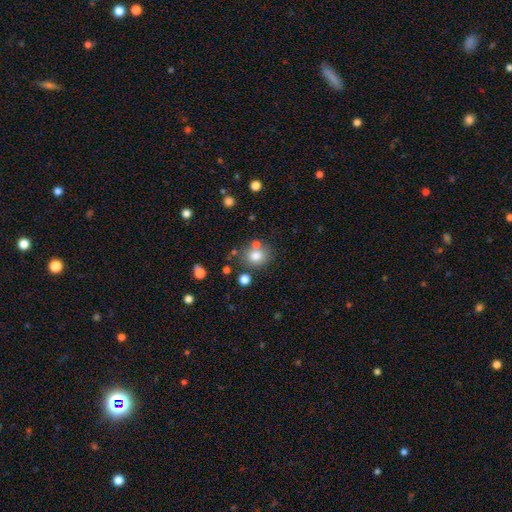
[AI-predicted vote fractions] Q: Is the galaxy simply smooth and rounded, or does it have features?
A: smooth — 78%.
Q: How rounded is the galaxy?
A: round — 78%.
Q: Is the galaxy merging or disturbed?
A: none — 68%.